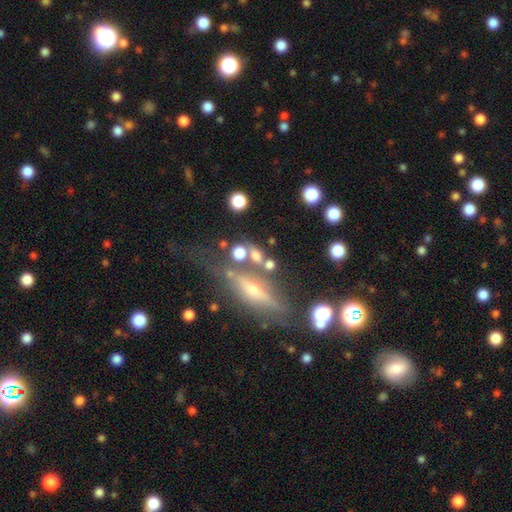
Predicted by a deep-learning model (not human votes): This appears to be a smooth galaxy with no disk features (55%) that is round (45%). Merging: none (60%).